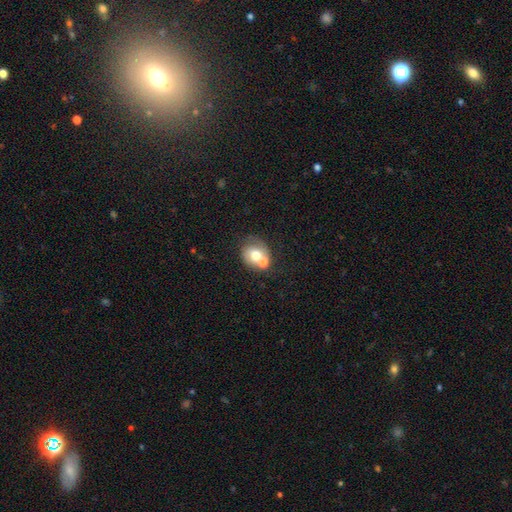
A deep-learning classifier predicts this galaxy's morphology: Q: Smooth or featured?
A: smooth (60%); runner-up: featured or disk (31%)
Q: How rounded?
A: round (67%); runner-up: in between (32%)
Q: Merging?
A: merger (51%); runner-up: none (31%)